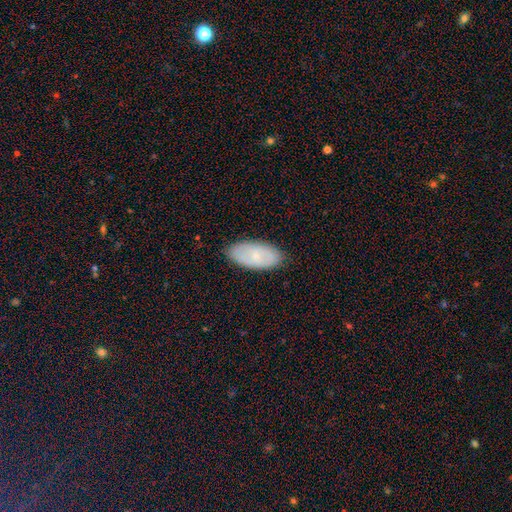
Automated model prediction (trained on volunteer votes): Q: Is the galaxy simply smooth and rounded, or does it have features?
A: smooth — 64%.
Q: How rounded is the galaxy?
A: in between — 93%.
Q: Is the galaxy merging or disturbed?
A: none — 85%.